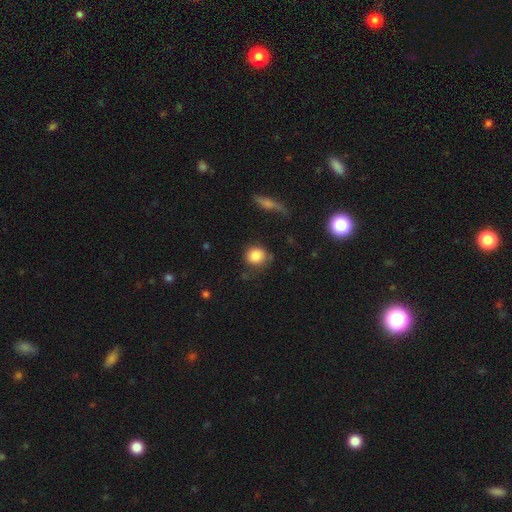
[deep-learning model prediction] This is clearly a smooth galaxy (83%). How rounded: clearly round (81%). Merging: likely none (71%).